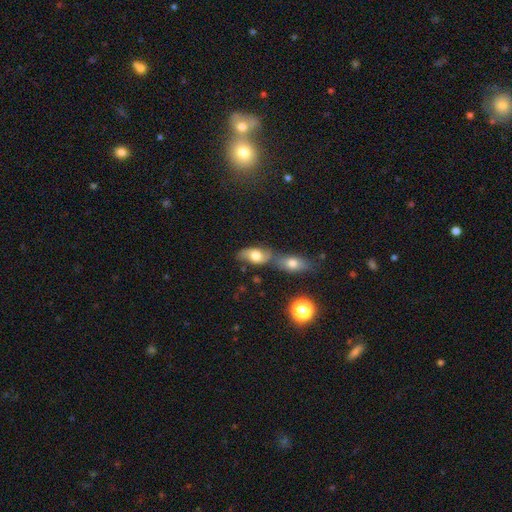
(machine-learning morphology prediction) Smooth or featured? smooth (61%)
How rounded? in between (85%)
Merging? none (42%)